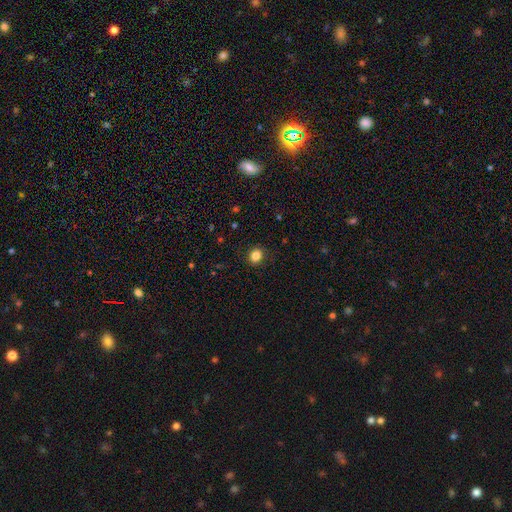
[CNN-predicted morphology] This appears to be a smooth galaxy with no disk features (85%) that is round (69%). Merging: none (89%).